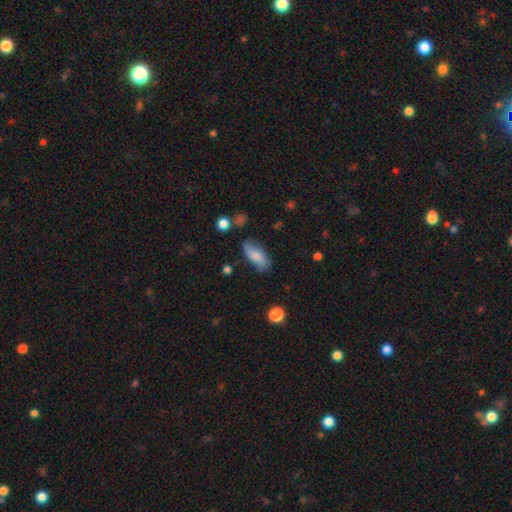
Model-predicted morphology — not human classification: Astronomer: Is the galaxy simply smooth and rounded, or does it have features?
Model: smooth — 68%.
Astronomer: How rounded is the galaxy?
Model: in between — 80%.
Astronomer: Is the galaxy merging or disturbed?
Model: none — 70%.